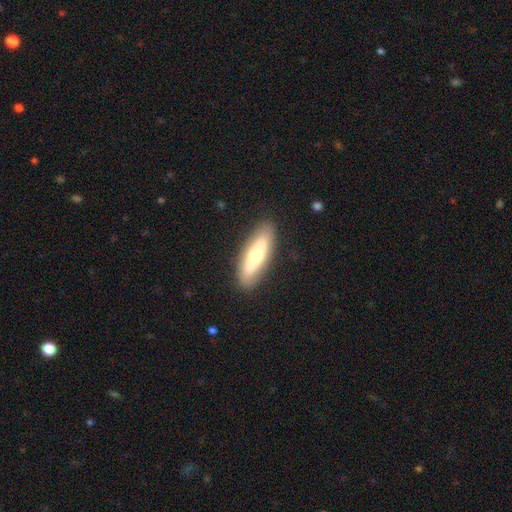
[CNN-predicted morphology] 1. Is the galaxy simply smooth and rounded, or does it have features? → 61% smooth, 33% featured or disk, 6% star or artifact.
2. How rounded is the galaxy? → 49% cigar-shaped (tied), 49% in between (tied), 2% round.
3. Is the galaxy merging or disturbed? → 86% none, 10% minor disturbance, 3% major disturbance, 1% merger.